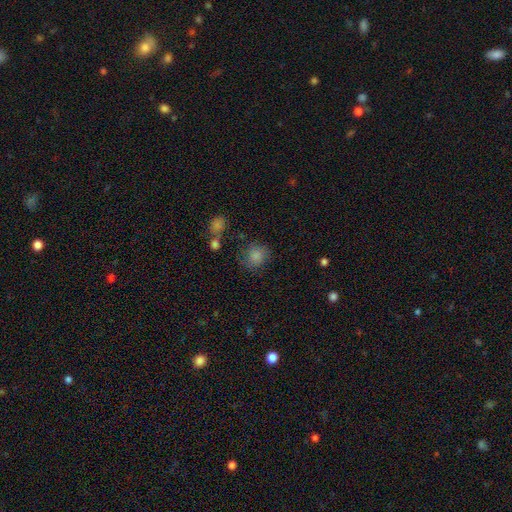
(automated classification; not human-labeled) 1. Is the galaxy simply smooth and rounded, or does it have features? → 82% smooth, 11% star or artifact, 7% featured or disk.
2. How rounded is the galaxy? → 81% round, 18% in between, 1% cigar-shaped.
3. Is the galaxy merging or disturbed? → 71% none, 16% minor disturbance, 7% major disturbance, 6% merger.